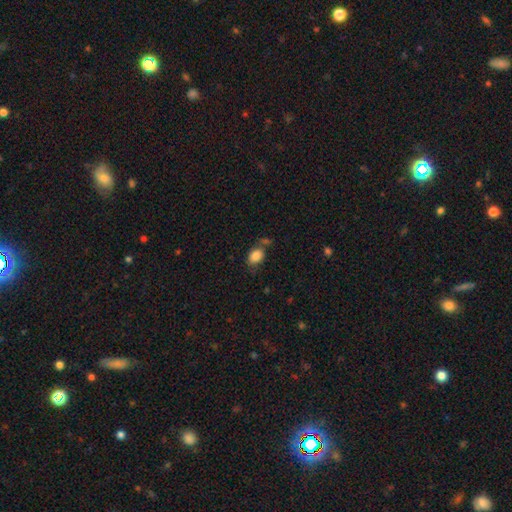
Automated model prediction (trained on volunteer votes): A smooth galaxy with no disk features (85%) that is in between round and cigar-shaped (74%). Merging: none (59%).